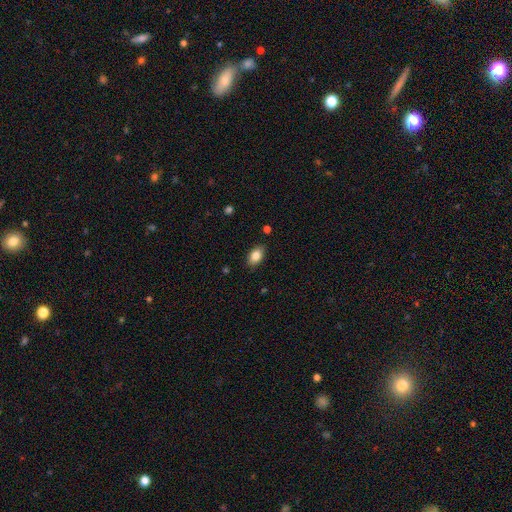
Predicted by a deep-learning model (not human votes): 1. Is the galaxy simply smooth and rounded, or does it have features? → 85% smooth, 8% star or artifact, 7% featured or disk.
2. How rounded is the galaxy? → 90% in between, 8% round, 2% cigar-shaped.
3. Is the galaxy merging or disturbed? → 87% none, 10% minor disturbance, 2% major disturbance, 1% merger.